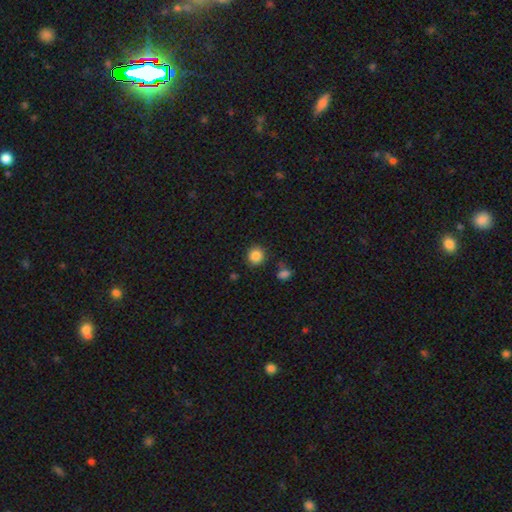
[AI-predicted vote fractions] The model was most divided on "smooth or featured": smooth: 86%, star or artifact: 10%, featured or disk: 4%. More confident: how rounded — round (89%); merging — none (86%).